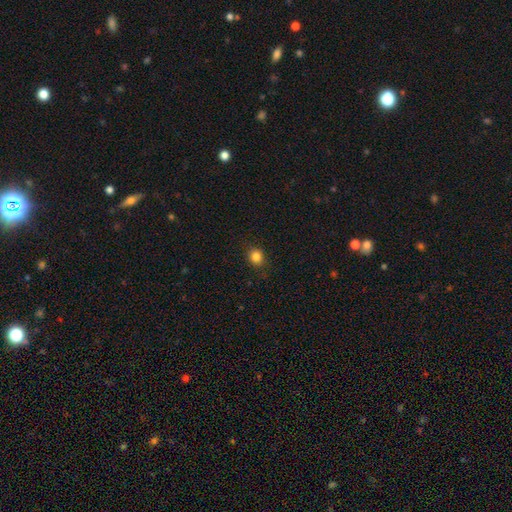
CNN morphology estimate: A smooth galaxy with no disk features (84%) that is round (81%). Merging: none (87%).